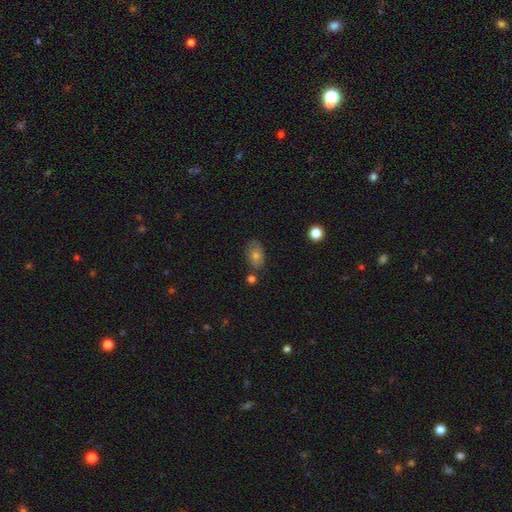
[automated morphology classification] type=smooth (75%); roundness=in between (85%); merging=none (72%).